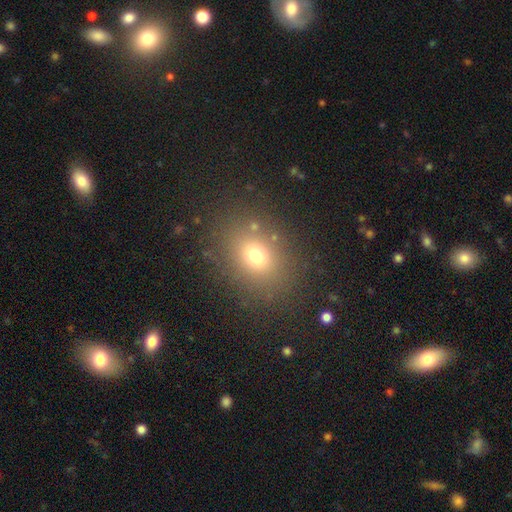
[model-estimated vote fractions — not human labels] Overall: smooth (71%). How rounded: in between (51%; round 48%). Merging: none (83%).